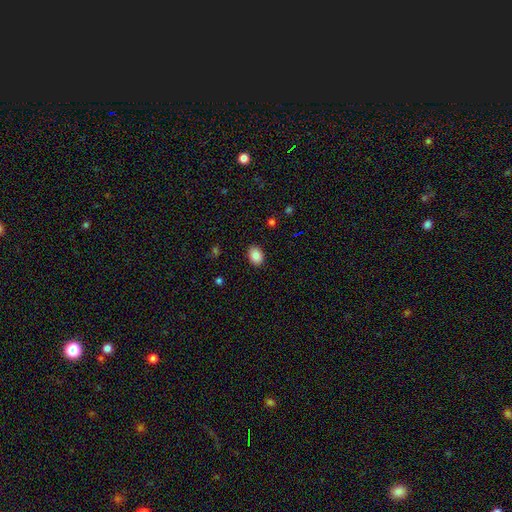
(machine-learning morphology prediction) Smooth or featured: smooth — 87% (star or artifact — 8%)
How rounded: in between — 72% (round — 27%)
Merging: none — 88% (minor disturbance — 8%)